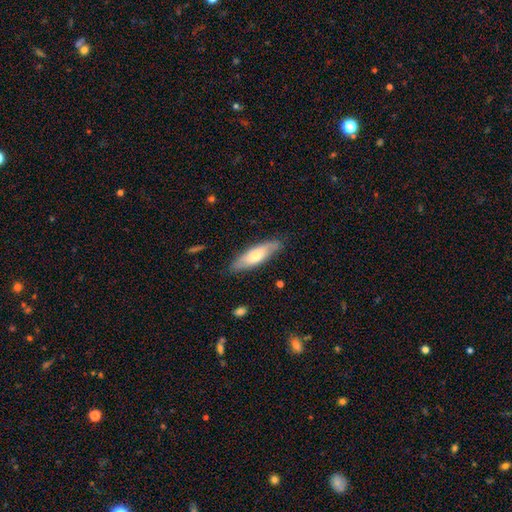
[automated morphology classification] Smooth or featured? Predicted: smooth (p=0.61). How rounded? Predicted: cigar-shaped (p=0.52). Merging? Predicted: none (p=0.83).